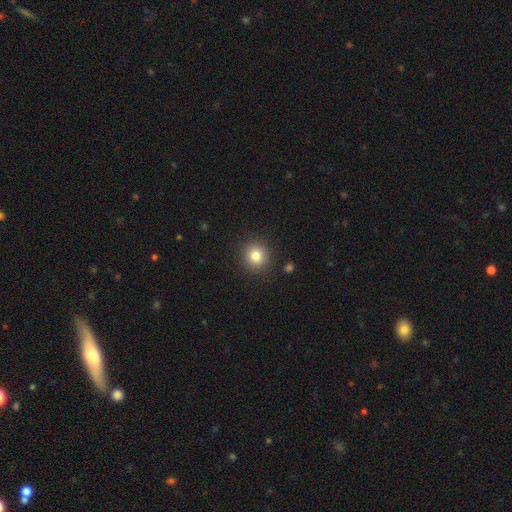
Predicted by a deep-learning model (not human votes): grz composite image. It shows a smooth galaxy with no disk features (82%) that is round (91%). Merging: none (90%).